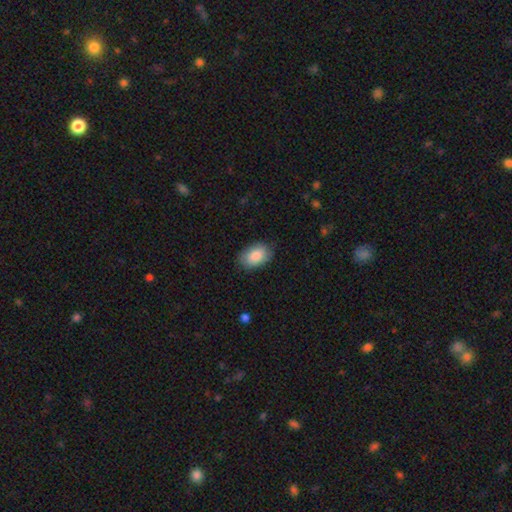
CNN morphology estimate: Smooth or featured? smooth (85%)
How rounded? in between (90%)
Merging? none (83%)